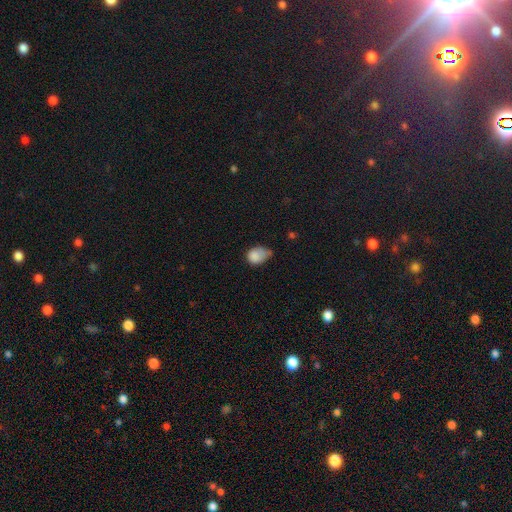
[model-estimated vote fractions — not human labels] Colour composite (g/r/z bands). It shows a smooth galaxy with no disk features (83%) that is in between round and cigar-shaped (60%). Merging: minor disturbance (47%).